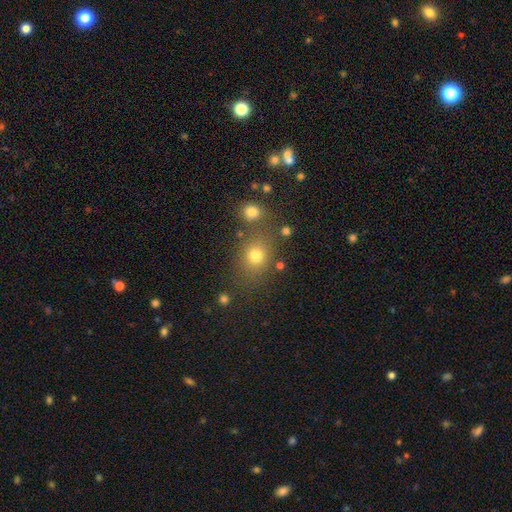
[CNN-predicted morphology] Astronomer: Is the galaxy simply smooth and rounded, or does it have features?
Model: smooth — 75%.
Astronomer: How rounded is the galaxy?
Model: round — 66%.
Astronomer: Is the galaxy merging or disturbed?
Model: none — 71%.